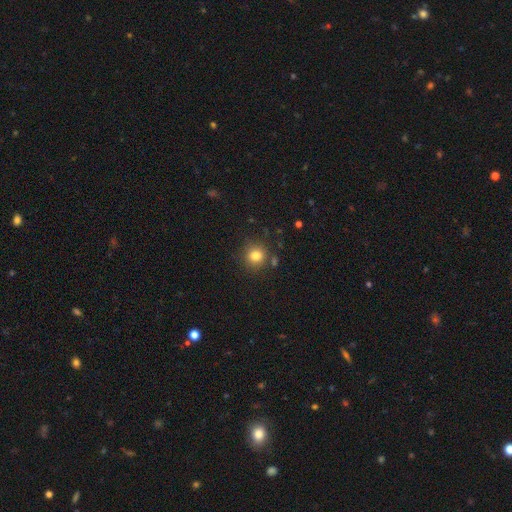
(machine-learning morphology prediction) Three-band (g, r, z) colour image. It shows a smooth galaxy with no disk features (80%) that is round (89%). Merging: none (82%).